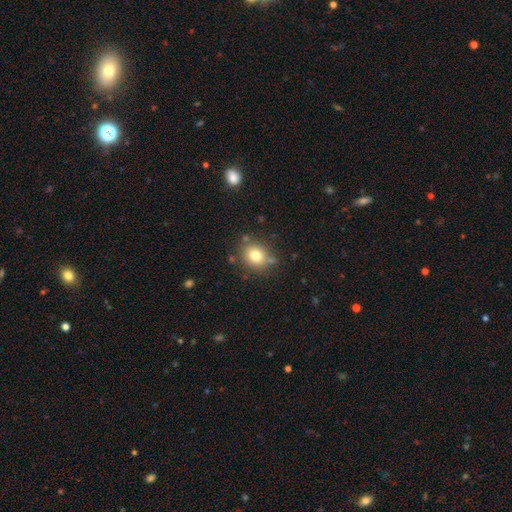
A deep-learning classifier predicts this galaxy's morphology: type=smooth (77%); roundness=round (73%); merging=none (74%).